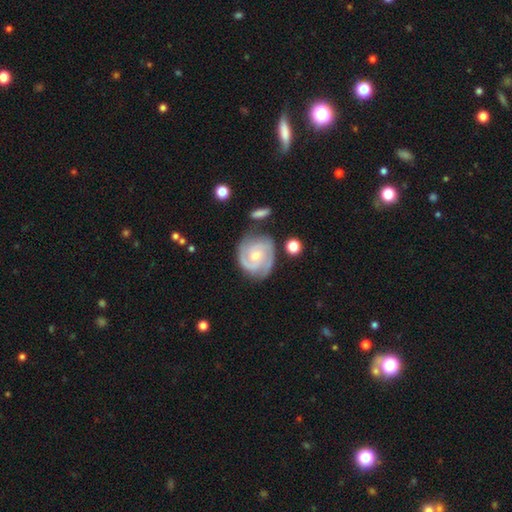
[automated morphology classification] A featured or disk galaxy (84%) with no bar (66%), 2 (62%) tight (55%) spiral arms (96%) and a small central bulge (51%). Merging: none (70%).